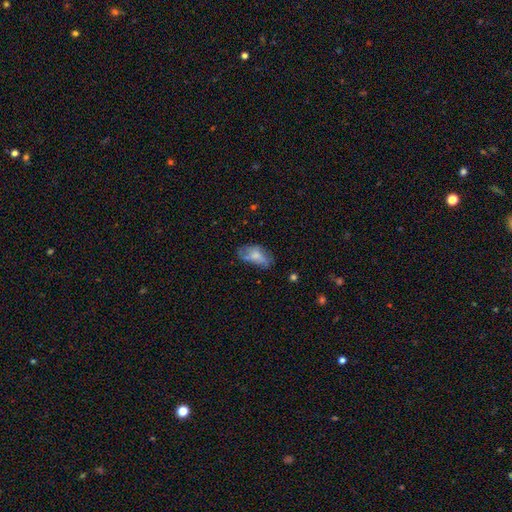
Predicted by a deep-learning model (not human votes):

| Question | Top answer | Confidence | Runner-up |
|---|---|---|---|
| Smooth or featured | smooth | 60% | featured or disk (31%) |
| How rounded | in between | 90% | cigar-shaped (5%) |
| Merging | none | 44% | minor disturbance (30%) |